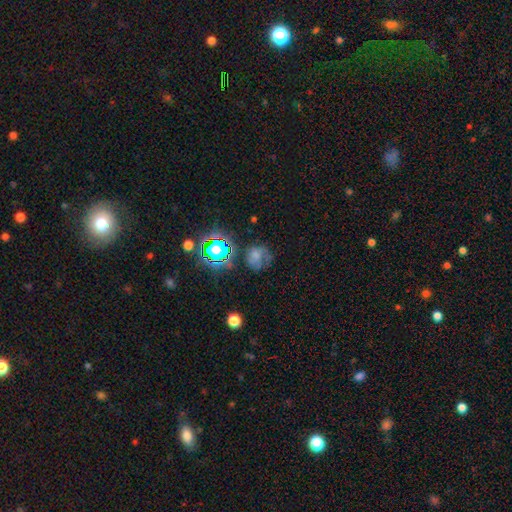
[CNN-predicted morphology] Q: Smooth or featured?
A: smooth (51%); runner-up: star or artifact (26%)
Q: How rounded?
A: round (72%); runner-up: in between (27%)
Q: Merging?
A: none (48%); runner-up: minor disturbance (24%)